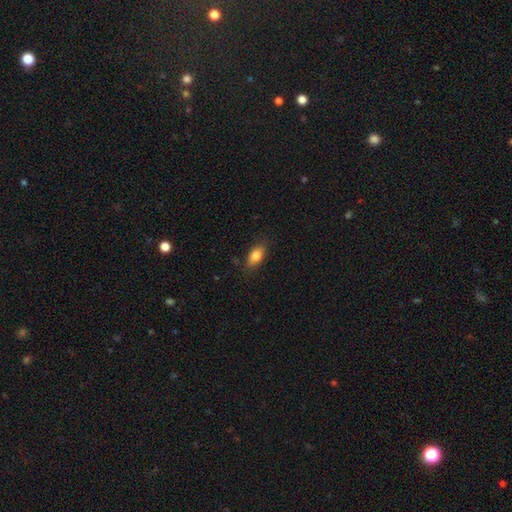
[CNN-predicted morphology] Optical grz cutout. It shows a smooth galaxy with no disk features (83%) that is in between round and cigar-shaped (87%). Merging: none (82%).